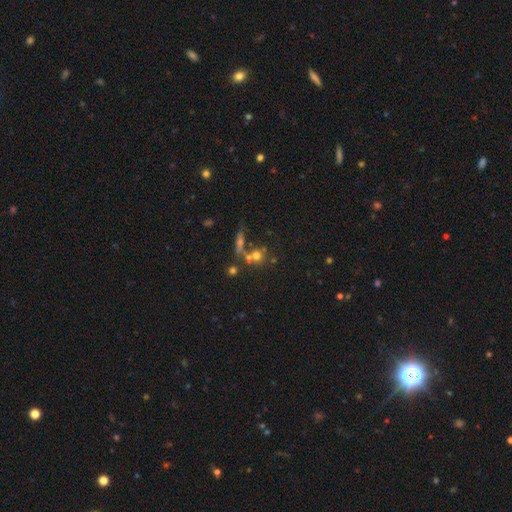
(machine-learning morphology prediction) type=smooth (41%); merging=merger (46%).